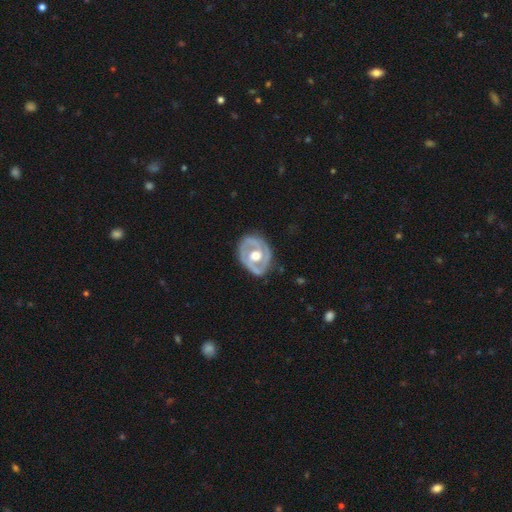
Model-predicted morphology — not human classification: type=featured or disk (79%); edge-on=no (95%); bar=no (62%); spiral arms=yes (68%); winding=tight (52%); arm count=2 (69%); bulge=moderate (62%); merging=none (76%).